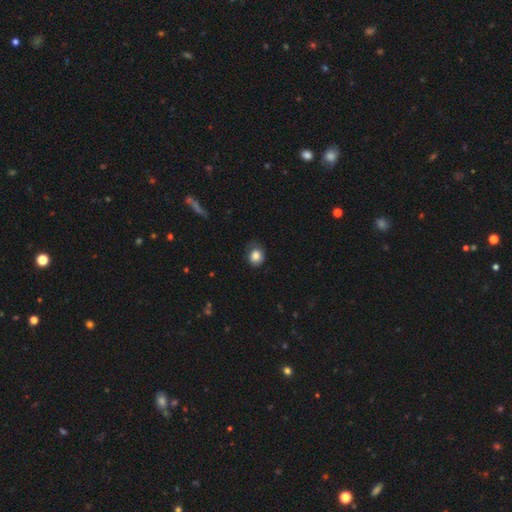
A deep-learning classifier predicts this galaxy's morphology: This appears to be a smooth galaxy with no disk features (82%) that is round (73%). Merging: none (70%).